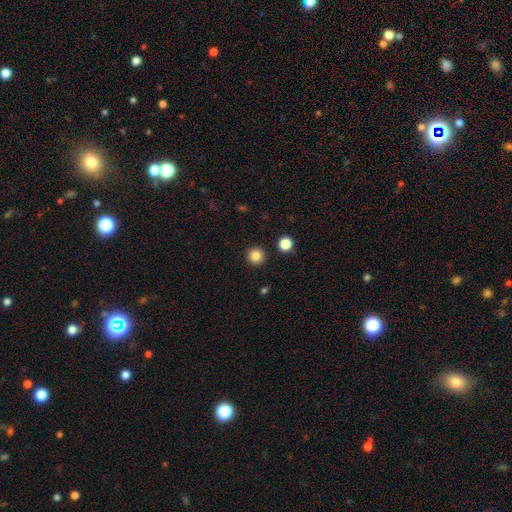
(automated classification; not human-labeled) Smooth or featured: smooth — 85% (star or artifact — 11%)
How rounded: round — 95% (in between — 4%)
Merging: none — 92% (minor disturbance — 4%)